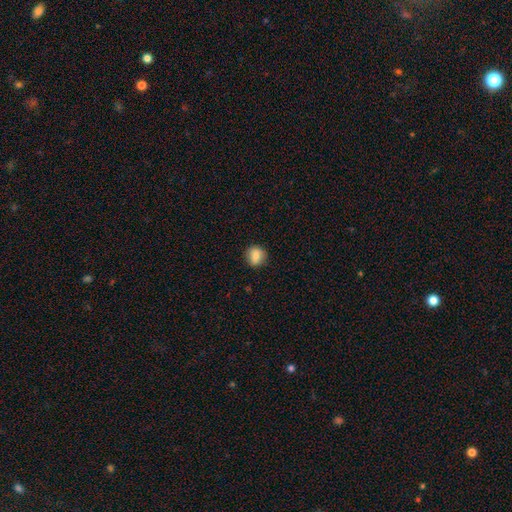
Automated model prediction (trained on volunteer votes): smooth-or-featured: smooth: 82% | featured or disk: 10% | star or artifact: 9%
  how-rounded: round: 82% | in between: 17% | cigar-shaped: 1%
  merging: none: 86% | minor disturbance: 10% | major disturbance: 2% | merger: 1%